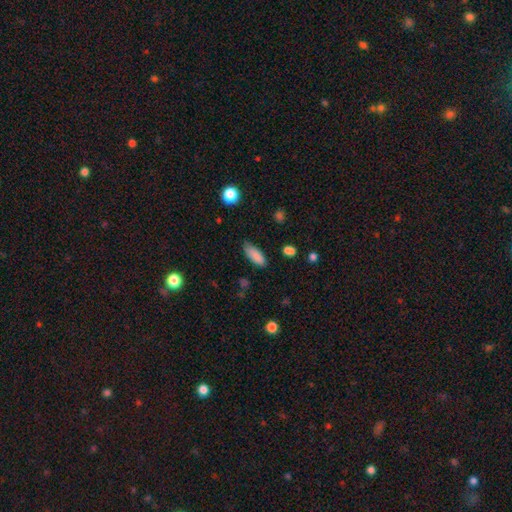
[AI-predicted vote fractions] Morphology: type=smooth (86%); roundness=in between (73%); merging=none (77%).